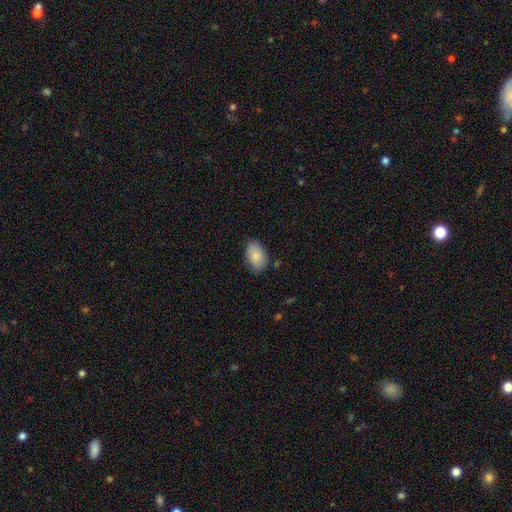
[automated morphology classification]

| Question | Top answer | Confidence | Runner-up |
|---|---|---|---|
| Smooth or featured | smooth | 86% | featured or disk (8%) |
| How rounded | in between | 91% | round (7%) |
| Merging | none | 78% | minor disturbance (18%) |